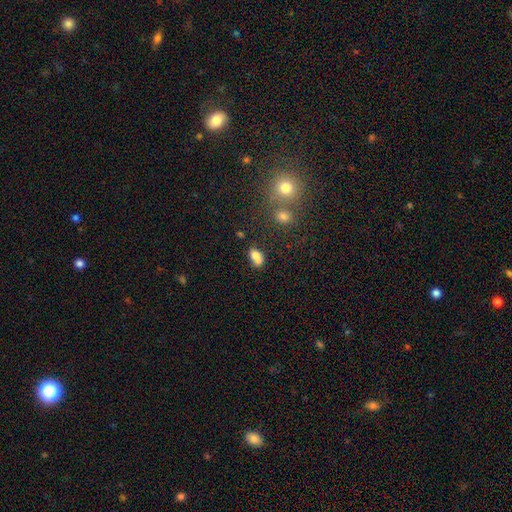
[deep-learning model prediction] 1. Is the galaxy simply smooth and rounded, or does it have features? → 78% smooth, 12% featured or disk, 11% star or artifact.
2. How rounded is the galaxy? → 81% in between, 17% round, 3% cigar-shaped.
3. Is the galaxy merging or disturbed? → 44% none, 29% merger, 20% minor disturbance, 7% major disturbance.